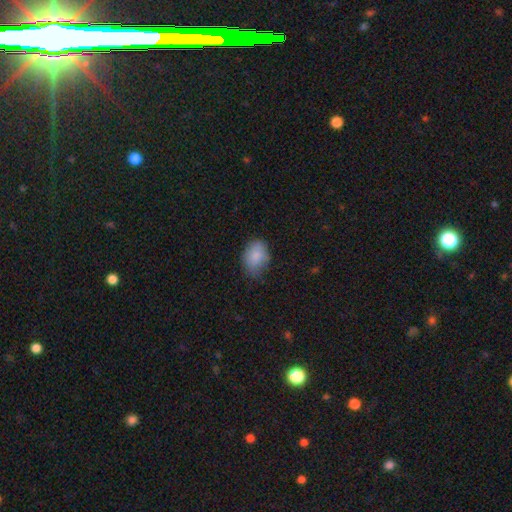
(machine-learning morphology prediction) smooth_or_featured: smooth (p=0.83) [alt: featured or disk p=0.09]
how_rounded: in between (p=0.75) [alt: round p=0.24]
merging: none (p=0.60) [alt: minor disturbance p=0.31]